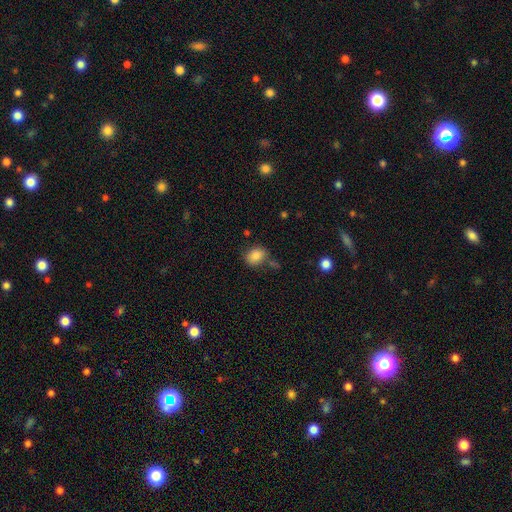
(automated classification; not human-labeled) A smooth galaxy with no disk features (84%) that is in between round and cigar-shaped (54%).

Vote fractions:
- Smooth or featured? smooth: 84% / star or artifact: 9% / featured or disk: 7%
- How rounded? in between: 54% / round: 45% / cigar-shaped: 1%
- Merging? none: 72% / minor disturbance: 15% / merger: 8% / major disturbance: 5%